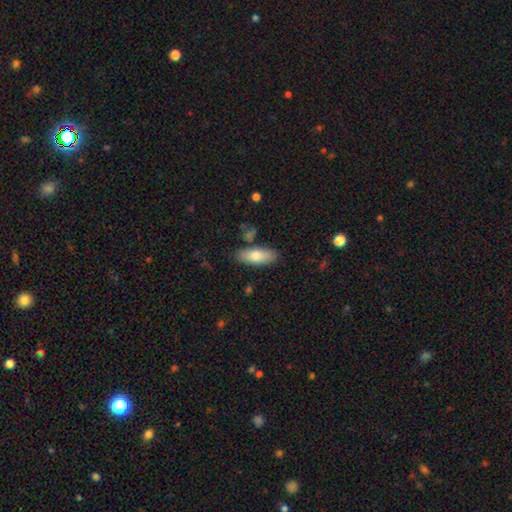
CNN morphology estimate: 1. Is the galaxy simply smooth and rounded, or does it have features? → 76% smooth, 18% featured or disk, 6% star or artifact.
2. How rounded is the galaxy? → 78% in between, 19% cigar-shaped, 3% round.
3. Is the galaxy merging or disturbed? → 82% none, 11% minor disturbance, 4% merger, 2% major disturbance.